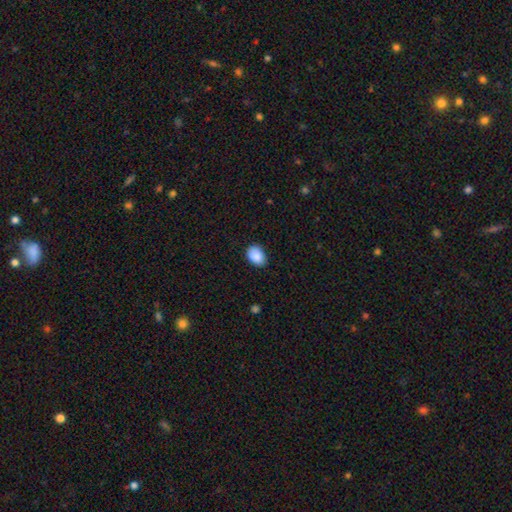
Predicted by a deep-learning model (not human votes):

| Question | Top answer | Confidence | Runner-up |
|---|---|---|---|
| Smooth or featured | smooth | 89% | star or artifact (7%) |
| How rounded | in between | 80% | round (19%) |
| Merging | none | 78% | minor disturbance (18%) |